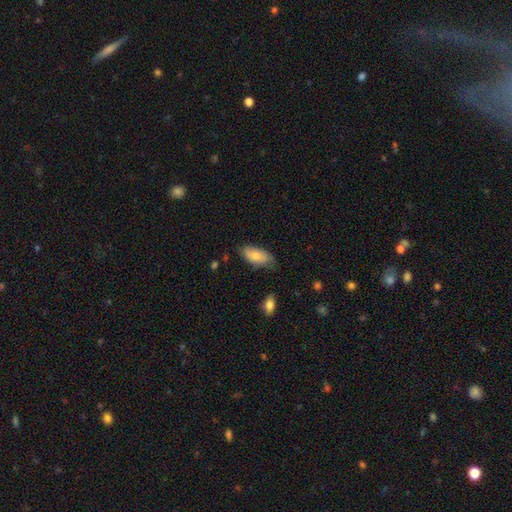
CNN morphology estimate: A smooth galaxy with no disk features (77%) that is in between round and cigar-shaped (90%). Merging: none (68%).